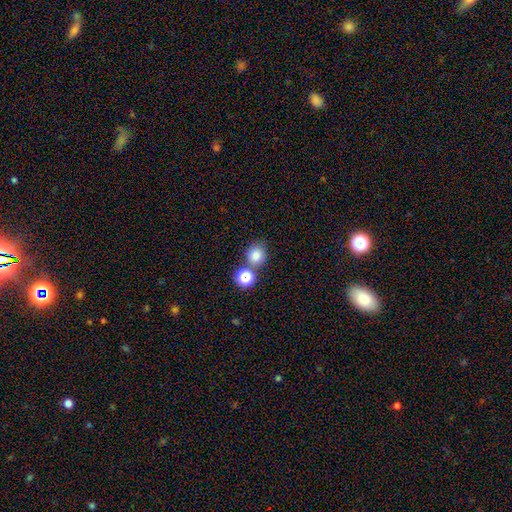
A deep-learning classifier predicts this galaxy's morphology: A smooth galaxy with no disk features (80%) that is round (86%).

Vote fractions:
- Smooth or featured? smooth: 80% / star or artifact: 14% / featured or disk: 6%
- How rounded? round: 86% / in between: 13% / cigar-shaped: 1%
- Merging? none: 67% / merger: 22% / minor disturbance: 8% / major disturbance: 3%